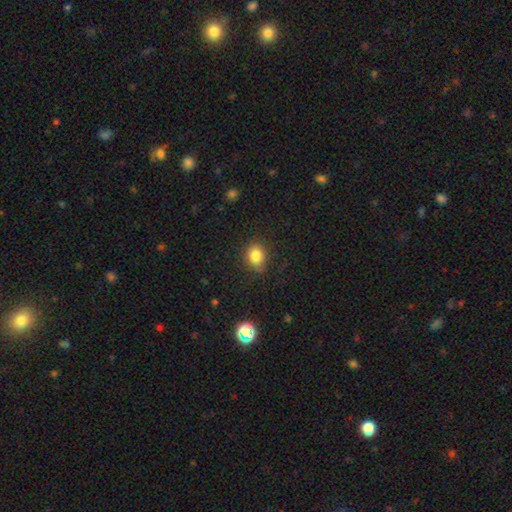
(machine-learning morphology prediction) A smooth galaxy with no disk features (83%) that is in between round and cigar-shaped (50%). Merging: none (76%).